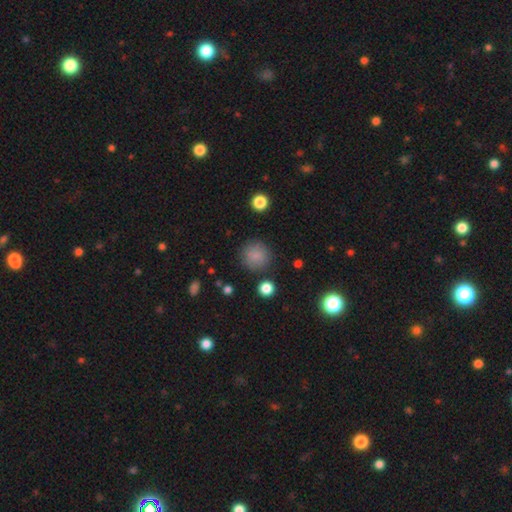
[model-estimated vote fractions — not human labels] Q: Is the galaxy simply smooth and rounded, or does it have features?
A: smooth — 83%.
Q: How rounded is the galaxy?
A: round — 93%.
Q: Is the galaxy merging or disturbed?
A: none — 84%.